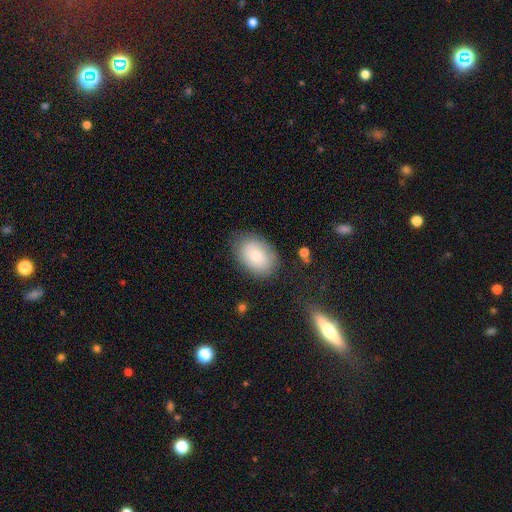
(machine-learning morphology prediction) This is likely a smooth galaxy (78%). How rounded: clearly in between (81%). Merging: likely none (78%).